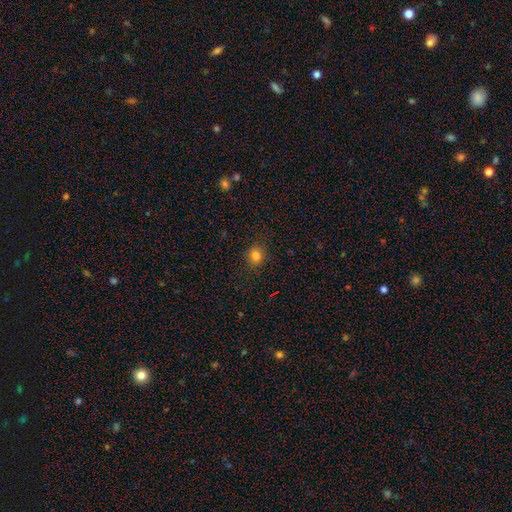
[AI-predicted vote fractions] Q: Smooth or featured?
A: smooth (80%); runner-up: star or artifact (14%)
Q: How rounded?
A: round (74%); runner-up: in between (25%)
Q: Merging?
A: none (86%); runner-up: minor disturbance (10%)